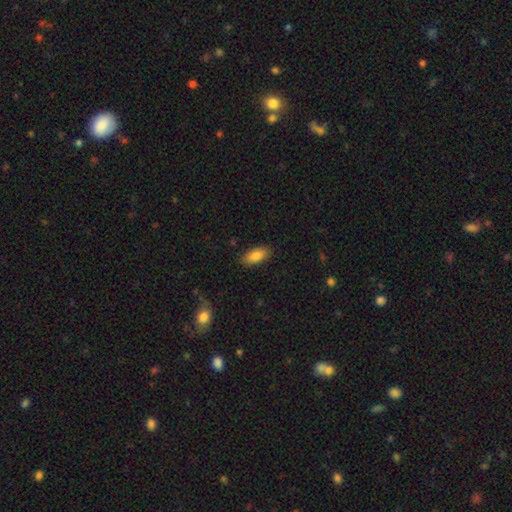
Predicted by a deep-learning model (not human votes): Smooth or featured?
  - smooth: 83% *
  - featured or disk: 10%
  - star or artifact: 7%
How rounded?
  - in between: 85% *
  - cigar-shaped: 12%
  - round: 2%
Merging?
  - none: 87% *
  - minor disturbance: 10%
  - major disturbance: 2%
  - merger: 1%